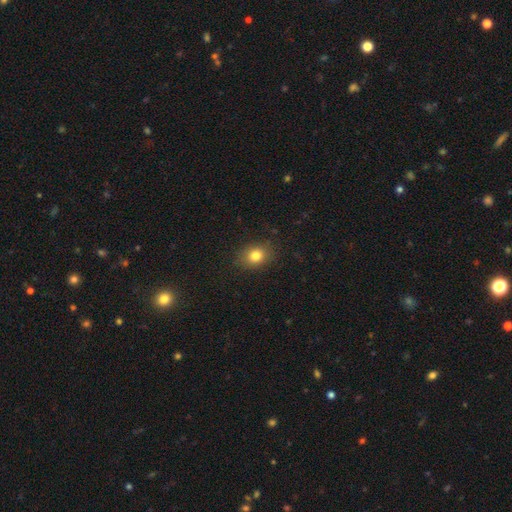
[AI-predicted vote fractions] Q: Smooth or featured?
A: smooth (81%); runner-up: star or artifact (11%)
Q: How rounded?
A: in between (53%); runner-up: round (46%)
Q: Merging?
A: none (86%); runner-up: minor disturbance (10%)